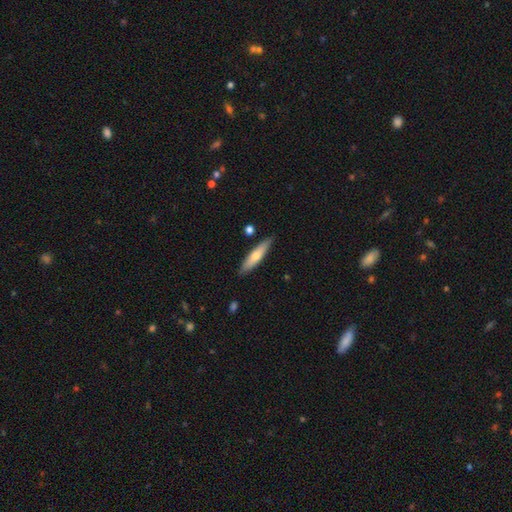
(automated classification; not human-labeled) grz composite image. It shows a smooth galaxy with no disk features (59%) that is cigar-shaped (80%). Merging: none (87%).